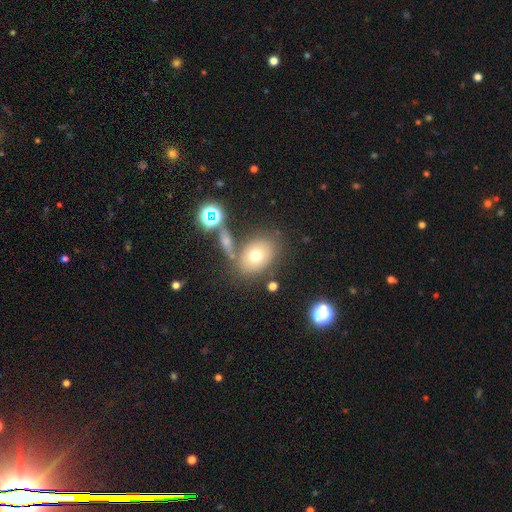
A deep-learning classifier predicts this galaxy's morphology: This is likely a smooth galaxy (69%). How rounded: likely in between (66%). Merging: likely none (68%).